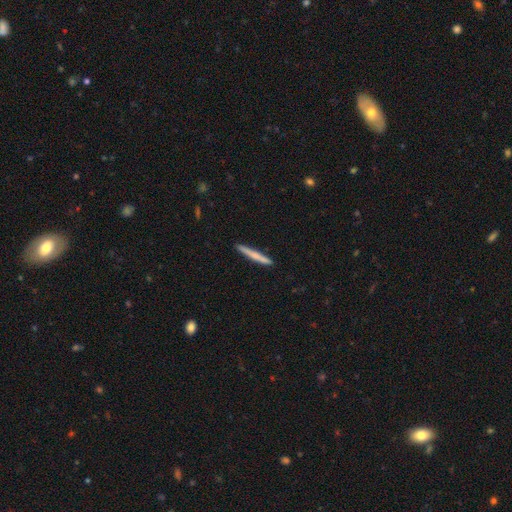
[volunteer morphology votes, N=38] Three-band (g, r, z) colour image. It shows a featured or disk galaxy (53%) viewed edge-on (95%) with a rounded central bulge (58%). Merging: none (95%).